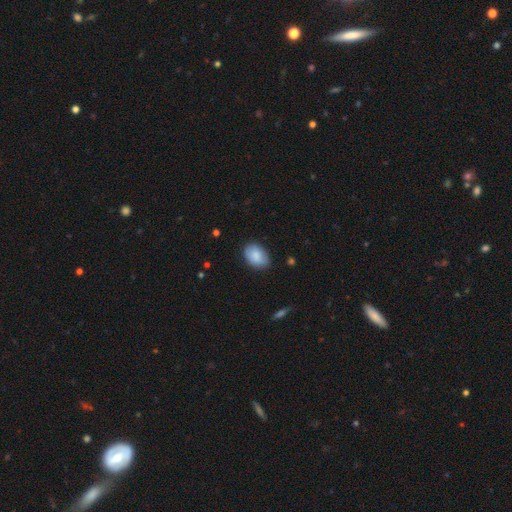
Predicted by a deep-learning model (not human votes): A smooth galaxy with no disk features (83%) that is in between round and cigar-shaped (85%).

Vote fractions:
- Smooth or featured? smooth: 83% / featured or disk: 10% / star or artifact: 7%
- How rounded? in between: 85% / round: 14% / cigar-shaped: 1%
- Merging? none: 77% / minor disturbance: 19% / major disturbance: 3% / merger: 1%